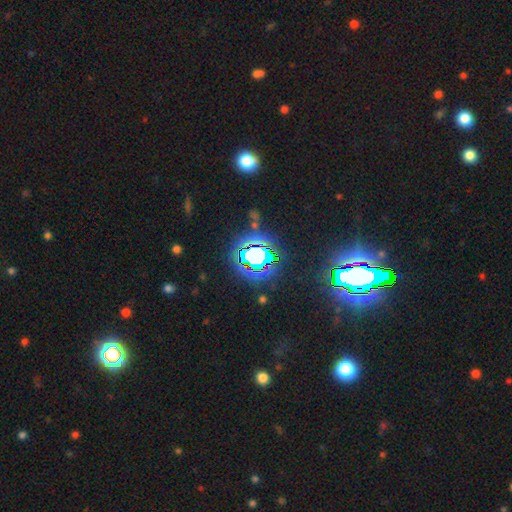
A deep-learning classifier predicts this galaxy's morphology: Overall: star or artifact (69%).